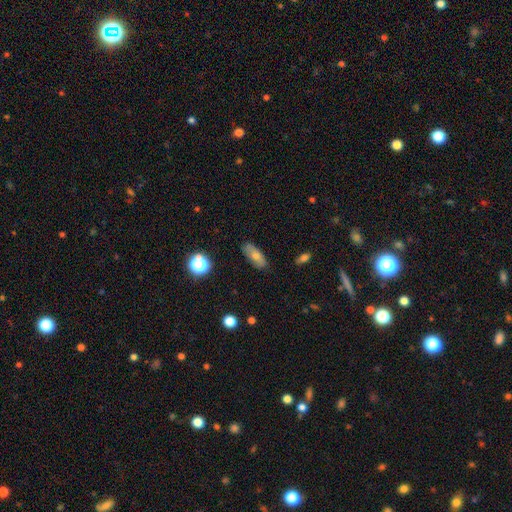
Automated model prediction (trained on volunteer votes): This appears to be a smooth galaxy with no disk features (67%) that is in between round and cigar-shaped (78%). Merging: none (80%).